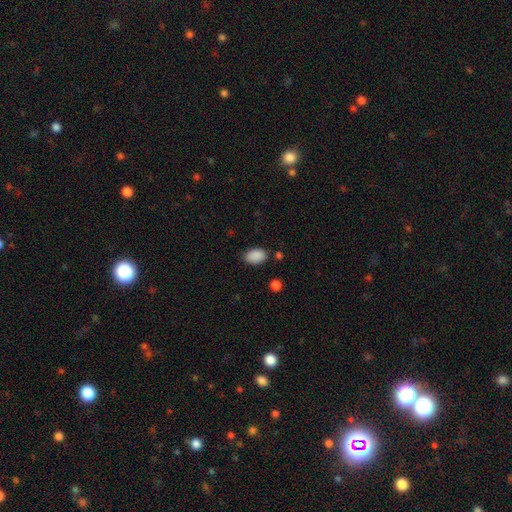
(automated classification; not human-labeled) Overall: smooth (89%). How rounded: in between (90%). Merging: none (80%).